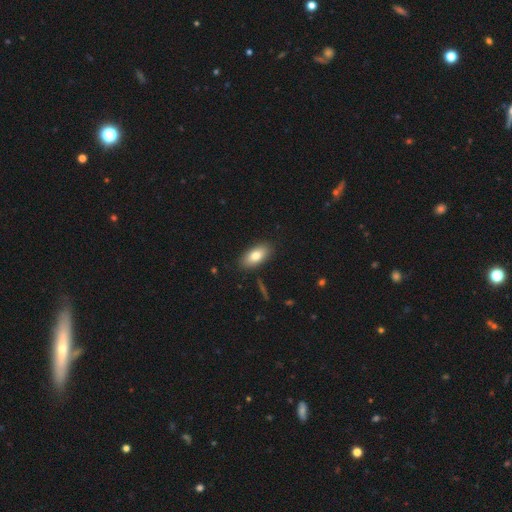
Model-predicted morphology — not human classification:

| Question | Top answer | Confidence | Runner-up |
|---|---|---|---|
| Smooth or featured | smooth | 79% | featured or disk (14%) |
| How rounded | in between | 90% | cigar-shaped (6%) |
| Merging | none | 87% | minor disturbance (9%) |